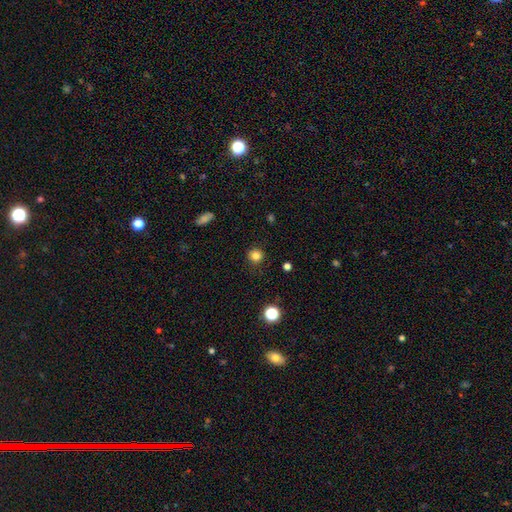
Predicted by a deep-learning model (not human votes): Smooth or featured?
  - smooth: 83% *
  - star or artifact: 13%
  - featured or disk: 5%
How rounded?
  - round: 93% *
  - in between: 6%
  - cigar-shaped: 1%
Merging?
  - none: 87% *
  - minor disturbance: 9%
  - major disturbance: 3%
  - merger: 1%